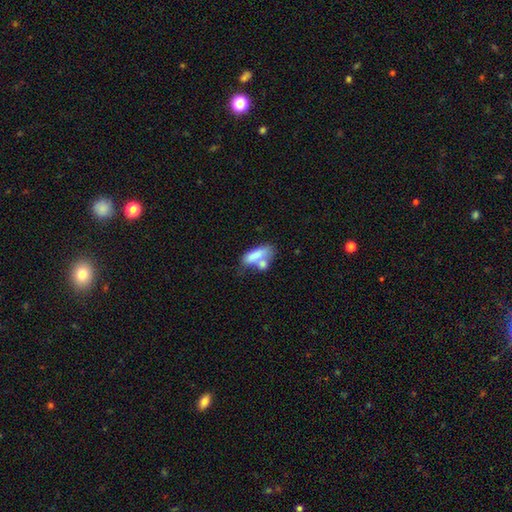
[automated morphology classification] Smooth or featured: smooth — 73% (featured or disk — 19%)
How rounded: in between — 68% (cigar-shaped — 27%)
Merging: merger — 45% (none — 29%)